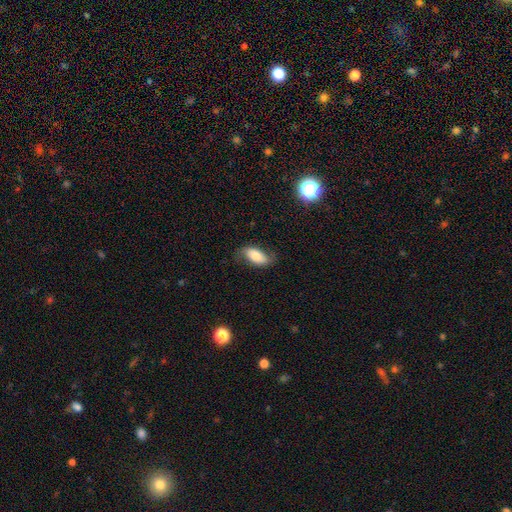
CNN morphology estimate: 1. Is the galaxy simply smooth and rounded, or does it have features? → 67% smooth, 25% featured or disk, 8% star or artifact.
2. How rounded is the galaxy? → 89% in between, 7% cigar-shaped, 4% round.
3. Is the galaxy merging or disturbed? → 67% none, 23% minor disturbance, 8% major disturbance, 1% merger.